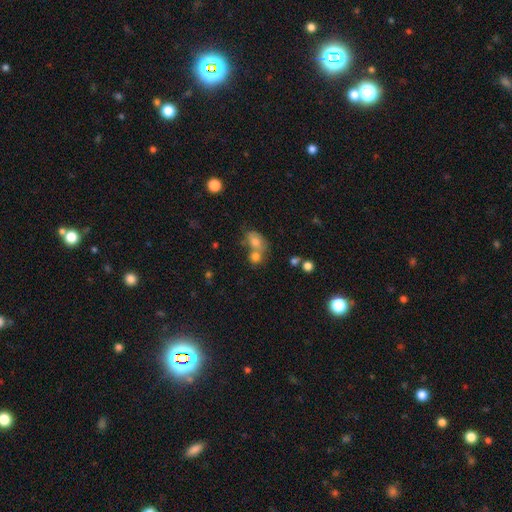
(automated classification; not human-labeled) This appears to be a smooth galaxy with no disk features (71%) that is round (51%). Merging: merger (50%).